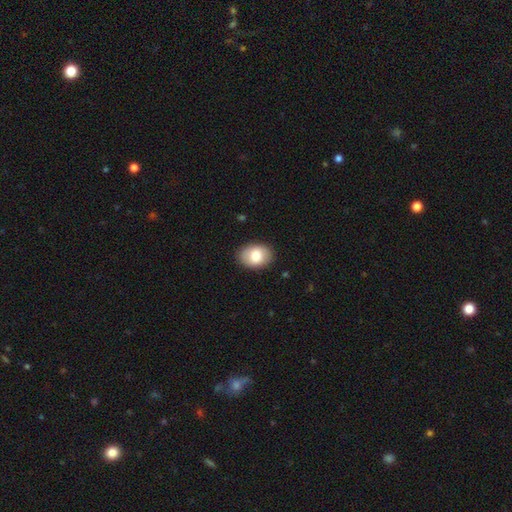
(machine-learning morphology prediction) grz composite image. It shows a smooth galaxy with no disk features (79%) that is in between round and cigar-shaped (77%). Merging: none (87%).